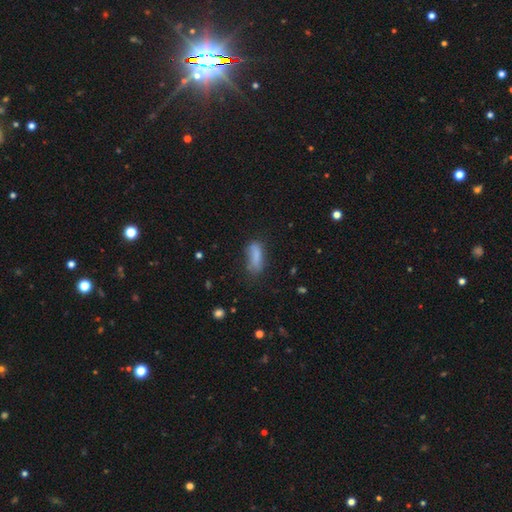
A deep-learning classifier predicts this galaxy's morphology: type=smooth (78%); roundness=in between (70%); merging=none (52%).